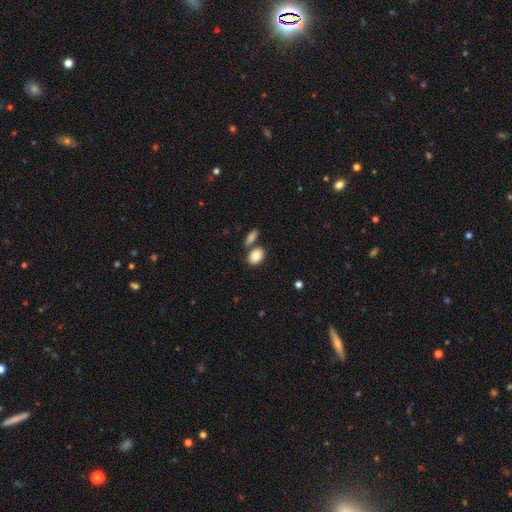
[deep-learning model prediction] smooth 84%, featured or disk 8%, star or artifact 8%. Down the decision tree: how rounded — in between (72%); merging — none (65%).